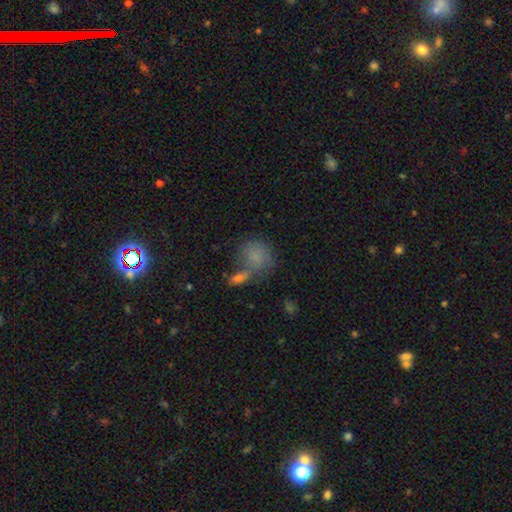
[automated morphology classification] The model was most divided on "merging": merger: 37%, none: 33%, minor disturbance: 16%, major disturbance: 13%. More confident: smooth or featured — smooth (73%); how rounded — round (60%).